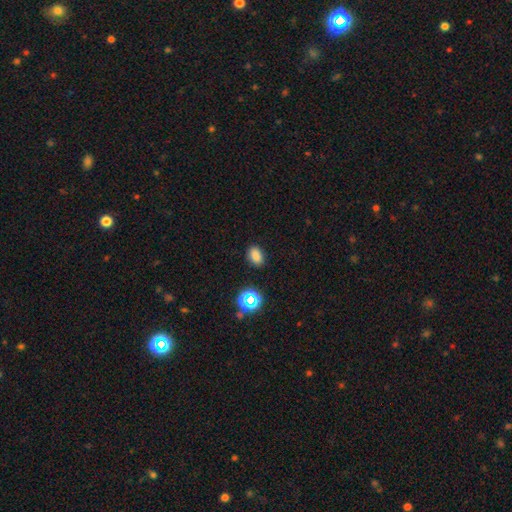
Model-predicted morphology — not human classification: Q: Smooth or featured?
A: smooth (80%); runner-up: star or artifact (15%)
Q: How rounded?
A: in between (77%); runner-up: round (21%)
Q: Merging?
A: none (87%); runner-up: minor disturbance (9%)